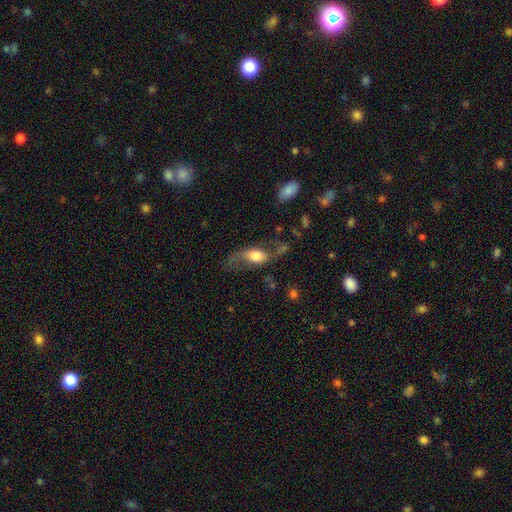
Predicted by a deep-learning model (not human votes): Smooth or featured?
  - featured or disk: 54% *
  - smooth: 38%
  - star or artifact: 8%
Edge-on disk?
  - no: 84% *
  - yes: 16%
Merging?
  - none: 47% *
  - major disturbance: 27%
  - minor disturbance: 22%
  - merger: 4%